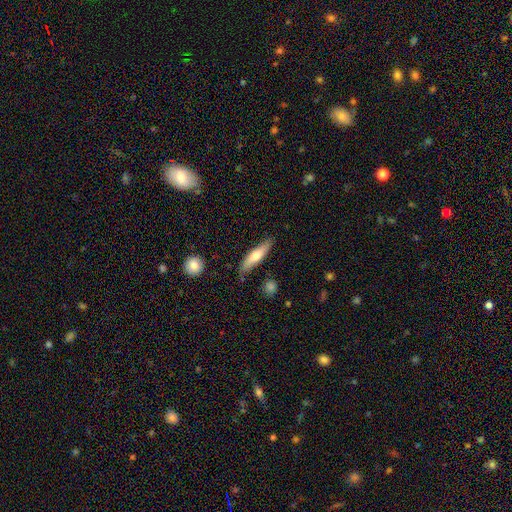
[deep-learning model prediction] This is likely a smooth galaxy (61%). How rounded: likely cigar-shaped (77%). Merging: clearly none (81%).